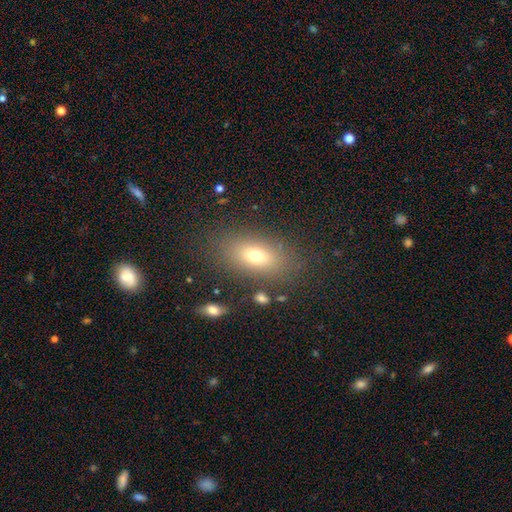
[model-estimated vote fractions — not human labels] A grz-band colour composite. It shows a smooth galaxy with no disk features (70%) that is in between round and cigar-shaped (83%). Merging: none (82%).